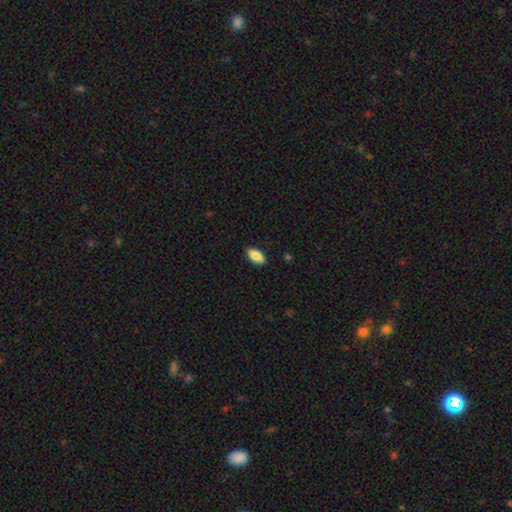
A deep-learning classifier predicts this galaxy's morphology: This appears to be a smooth galaxy with no disk features (86%) that is in between round and cigar-shaped (89%). Merging: none (88%).